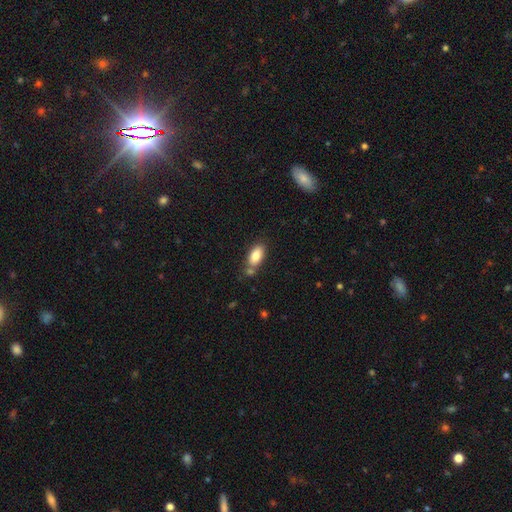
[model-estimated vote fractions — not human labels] A smooth galaxy with no disk features (84%) that is in between round and cigar-shaped (89%). Merging: none (63%).